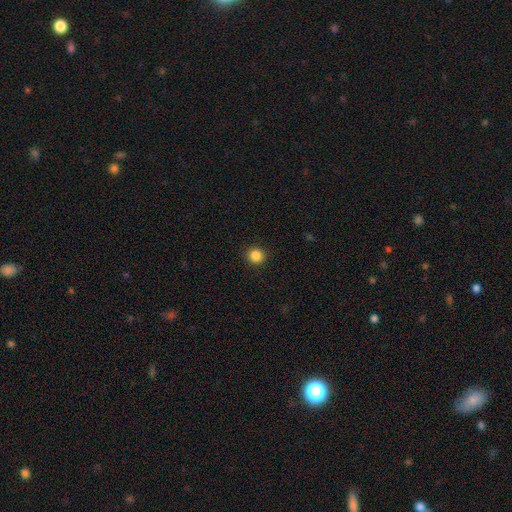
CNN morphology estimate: smooth 86%, star or artifact 11%, featured or disk 3%. Down the decision tree: how rounded — round (91%); merging — none (92%).